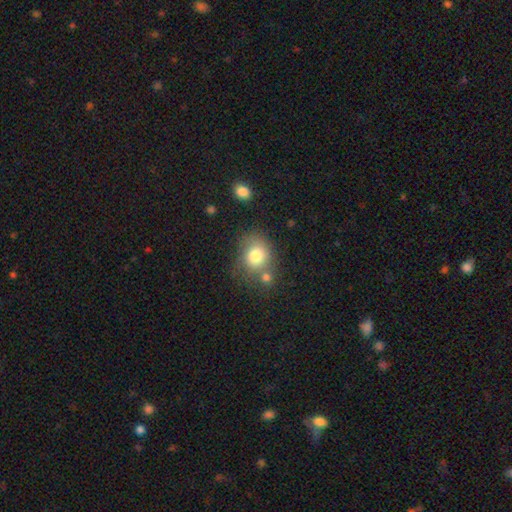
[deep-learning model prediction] Morphology: type=smooth (78%); roundness=round (64%); merging=none (53%).